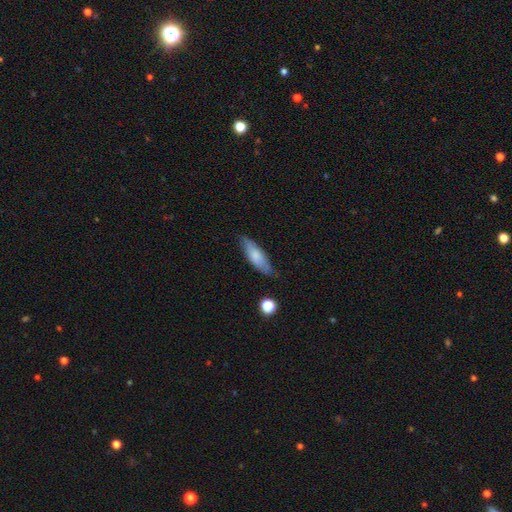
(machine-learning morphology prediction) Overall: smooth (73%). How rounded: in between (52%; cigar-shaped 46%). Merging: none (74%).